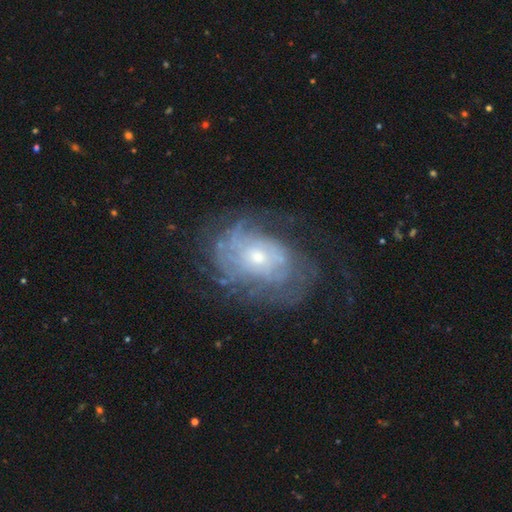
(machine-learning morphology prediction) Overall: featured or disk (77%). Edge-on disk: no (96%). Bar: no (77%). Spiral arms: yes (83%). Spiral arm count: can't tell (56%). Spiral winding: tight (60%; medium 27%). Bulge size: small (59%; moderate 36%). Merging: none (62%).